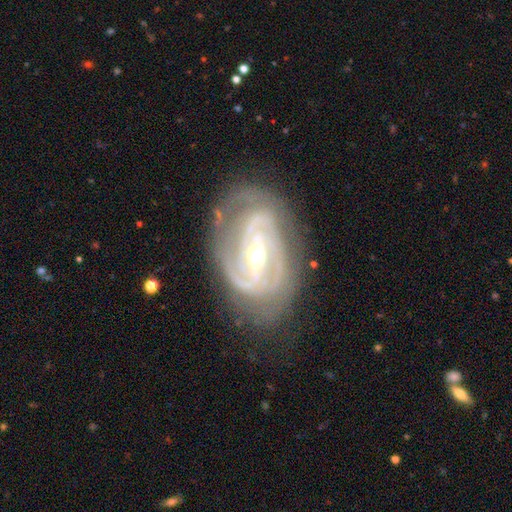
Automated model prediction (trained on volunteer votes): Smooth or featured?
  - featured or disk: 91% *
  - star or artifact: 5%
  - smooth: 4%
Edge-on disk?
  - no: 96% *
  - yes: 4%
Bar?
  - strong: 40% *
  - weak: 39%
  - no: 21%
Spiral arms?
  - yes: 97% *
  - no: 3%
Spiral winding?
  - tight: 61% *
  - medium: 32%
  - loose: 7%
Spiral arm count?
  - 2: 38% *
  - 3: 31%
  - can't tell: 14%
  - 4: 8%
  - 1: 4%
  - more than 4: 4%
Bulge size?
  - moderate: 67% *
  - small: 28%
  - large: 4%
  - none: 1%
  - dominant: 1%
Merging?
  - none: 72% *
  - minor disturbance: 19%
  - major disturbance: 8%
  - merger: 2%